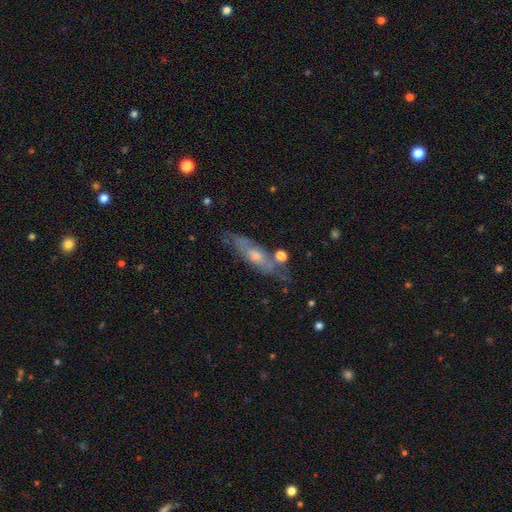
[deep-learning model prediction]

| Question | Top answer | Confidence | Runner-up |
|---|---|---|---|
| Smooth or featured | featured or disk | 62% | smooth (30%) |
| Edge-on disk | no | 61% | yes (39%) |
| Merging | none | 61% | minor disturbance (22%) |